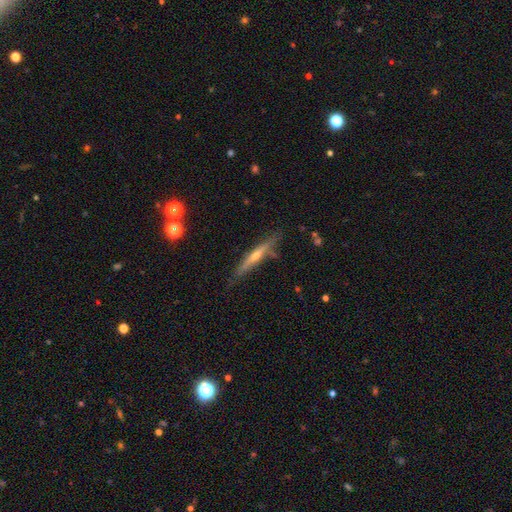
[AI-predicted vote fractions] Smooth or featured?
  - featured or disk: 68% *
  - smooth: 25%
  - star or artifact: 7%
Edge-on disk?
  - yes: 96% *
  - no: 4%
Edge-on bulge?
  - rounded: 79% *
  - none: 18%
  - boxy: 3%
Merging?
  - none: 81% *
  - minor disturbance: 14%
  - merger: 3%
  - major disturbance: 3%